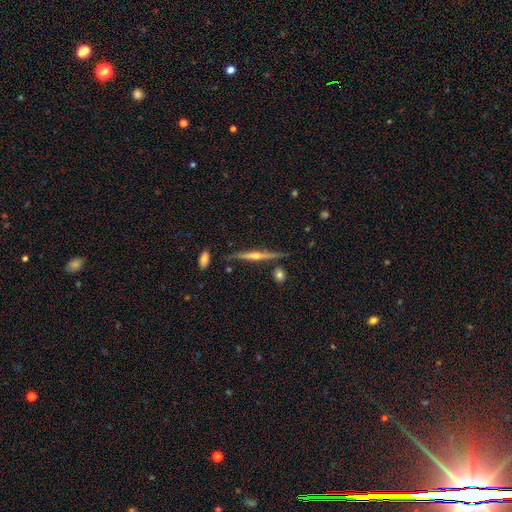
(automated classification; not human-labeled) Overall: featured or disk (80%). Edge-on disk: yes (98%). Edge-on bulge: rounded (88%). Merging: none (85%).